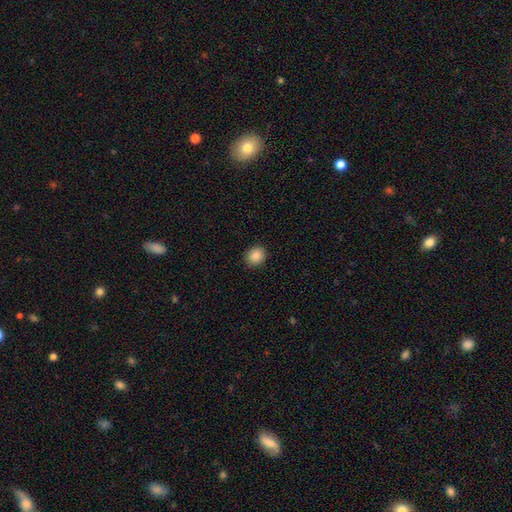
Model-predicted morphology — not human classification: Q: Smooth or featured?
A: smooth (88%); runner-up: star or artifact (9%)
Q: How rounded?
A: round (73%); runner-up: in between (26%)
Q: Merging?
A: none (91%); runner-up: minor disturbance (6%)